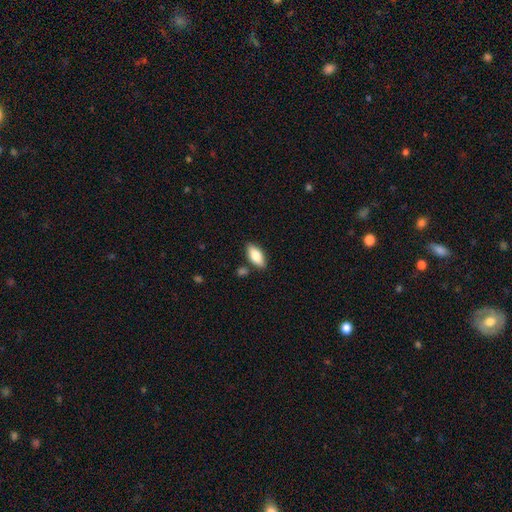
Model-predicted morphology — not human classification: Q: Smooth or featured?
A: smooth (80%); runner-up: featured or disk (14%)
Q: How rounded?
A: in between (87%); runner-up: cigar-shaped (10%)
Q: Merging?
A: none (83%); runner-up: minor disturbance (11%)